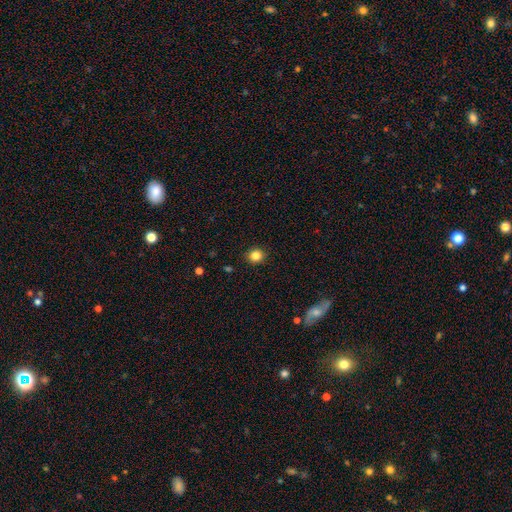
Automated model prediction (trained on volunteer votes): smooth_or_featured: smooth (p=0.84) [alt: star or artifact p=0.11]
how_rounded: round (p=0.89) [alt: in between p=0.10]
merging: none (p=0.92) [alt: minor disturbance p=0.06]